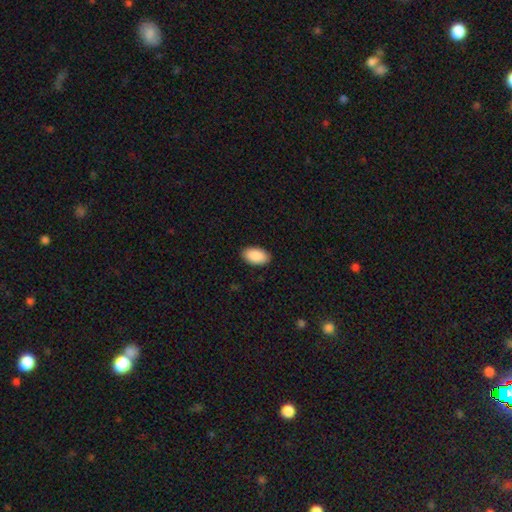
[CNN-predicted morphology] A smooth galaxy with no disk features (91%) that is in between round and cigar-shaped (95%).

Vote fractions:
- Smooth or featured? smooth: 91% / star or artifact: 6% / featured or disk: 3%
- How rounded? in between: 95% / round: 3% / cigar-shaped: 1%
- Merging? none: 90% / minor disturbance: 8% / major disturbance: 2% / merger: 1%